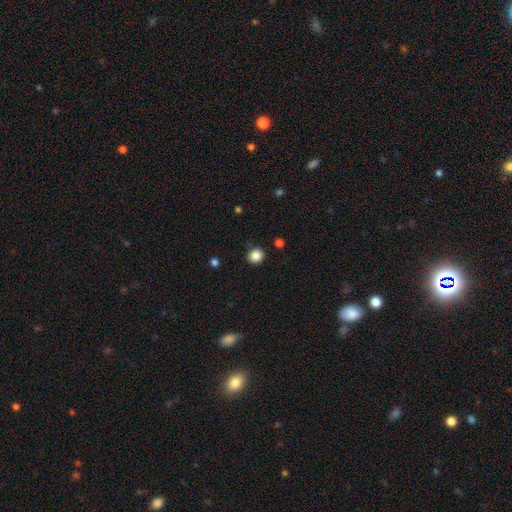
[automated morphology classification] smooth-or-featured: smooth: 86% | star or artifact: 11% | featured or disk: 3%
  how-rounded: round: 86% | in between: 13% | cigar-shaped: 1%
  merging: none: 89% | minor disturbance: 7% | major disturbance: 2% | merger: 2%